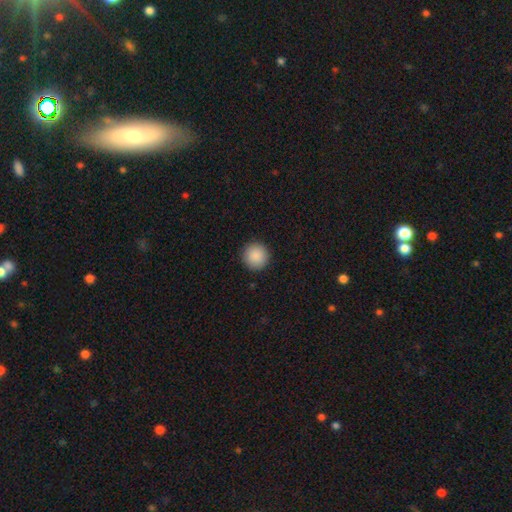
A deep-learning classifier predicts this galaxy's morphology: A smooth galaxy with no disk features (90%) that is round (96%).

Vote fractions:
- Smooth or featured? smooth: 90% / star or artifact: 7% / featured or disk: 3%
- How rounded? round: 96% / in between: 3% / cigar-shaped: 1%
- Merging? none: 93% / minor disturbance: 5% / major disturbance: 2% / merger: 1%